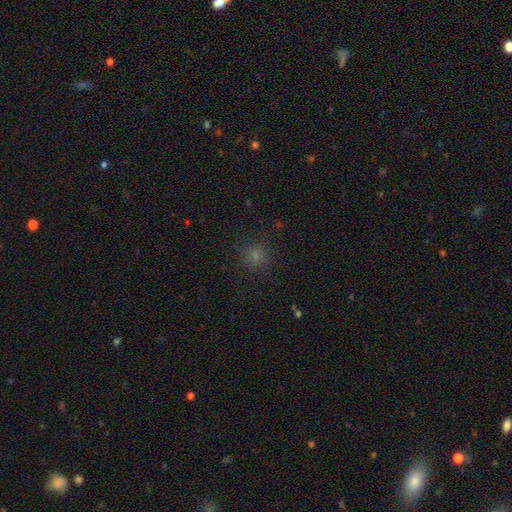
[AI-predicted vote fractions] A smooth galaxy with no disk features (75%) that is round (93%). Merging: none (89%).